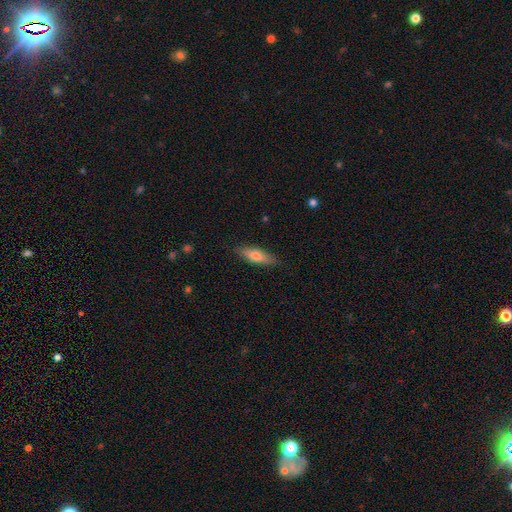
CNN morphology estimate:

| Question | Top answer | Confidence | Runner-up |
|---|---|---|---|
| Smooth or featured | smooth | 69% | featured or disk (25%) |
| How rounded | cigar-shaped | 52% | in between (46%) |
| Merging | none | 85% | minor disturbance (12%) |